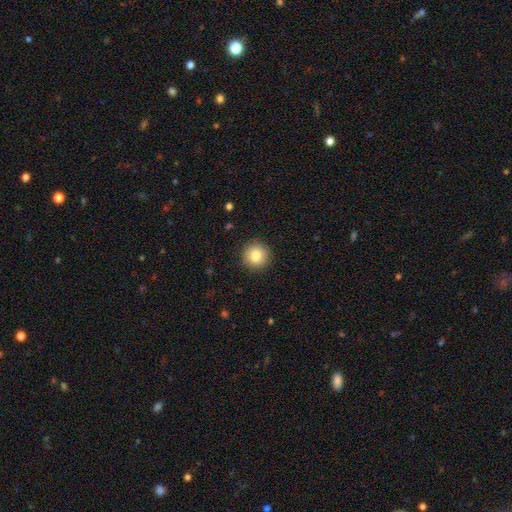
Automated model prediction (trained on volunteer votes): A smooth galaxy with no disk features (84%) that is round (93%).

Vote fractions:
- Smooth or featured? smooth: 84% / star or artifact: 9% / featured or disk: 8%
- How rounded? round: 93% / in between: 6% / cigar-shaped: 1%
- Merging? none: 91% / minor disturbance: 6% / major disturbance: 2% / merger: 1%